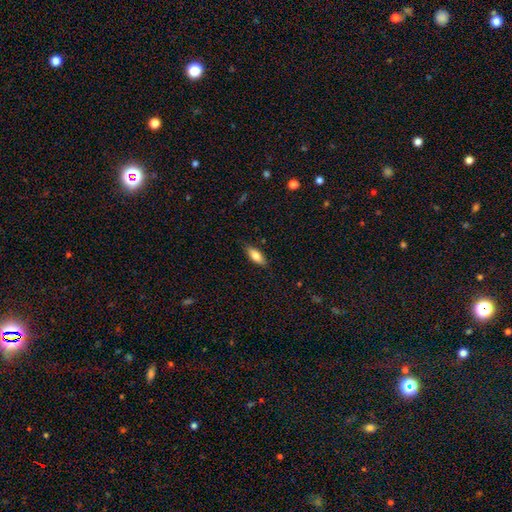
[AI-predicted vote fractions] Smooth or featured? smooth (80%)
How rounded? in between (75%)
Merging? none (83%)